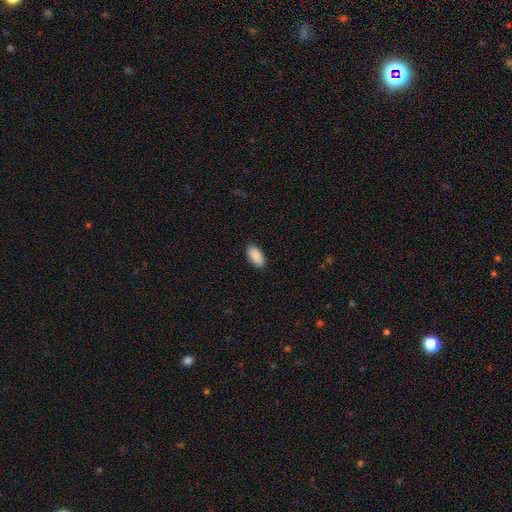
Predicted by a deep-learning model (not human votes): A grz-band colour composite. It shows a smooth galaxy with no disk features (90%) that is in between round and cigar-shaped (95%). Merging: none (88%).